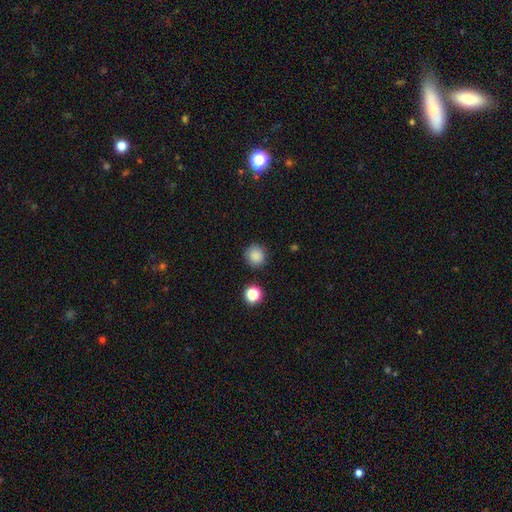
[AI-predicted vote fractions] Smooth or featured? Predicted: smooth (p=0.86). How rounded? Predicted: round (p=0.93). Merging? Predicted: none (p=0.88).